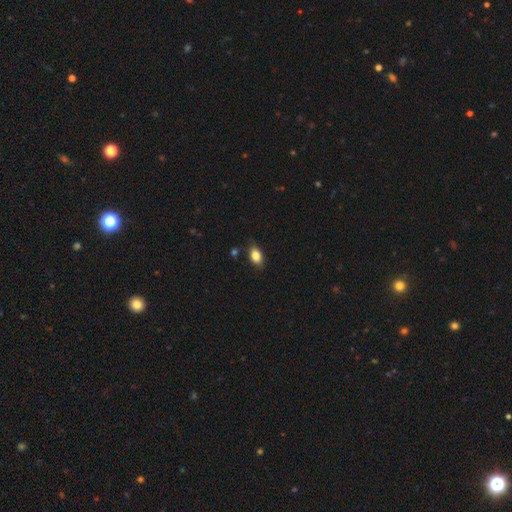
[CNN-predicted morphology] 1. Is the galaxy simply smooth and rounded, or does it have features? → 82% smooth, 10% featured or disk, 8% star or artifact.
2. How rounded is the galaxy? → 87% in between, 10% round, 3% cigar-shaped.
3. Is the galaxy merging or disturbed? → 82% none, 14% minor disturbance, 2% major disturbance, 2% merger.